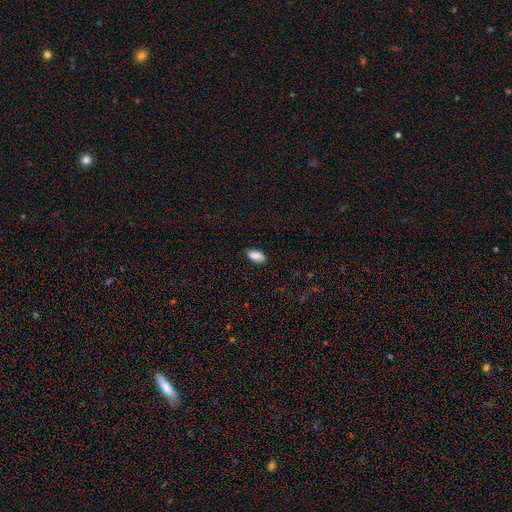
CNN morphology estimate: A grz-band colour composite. It shows a smooth galaxy with no disk features (88%) that is in between round and cigar-shaped (91%). Merging: none (80%).